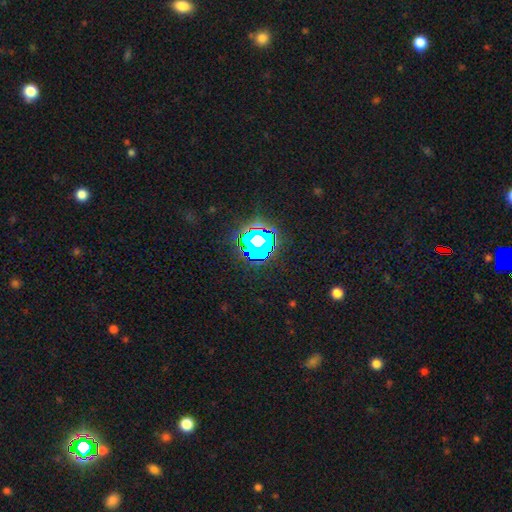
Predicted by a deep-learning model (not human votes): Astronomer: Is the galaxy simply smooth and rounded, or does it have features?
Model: star or artifact — 83%.